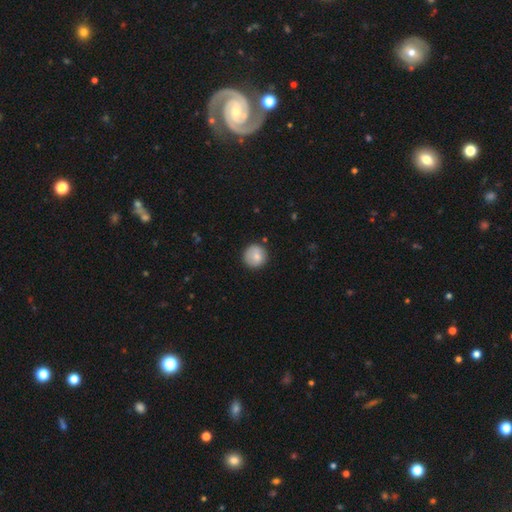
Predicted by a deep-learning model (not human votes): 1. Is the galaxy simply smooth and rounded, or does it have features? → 79% smooth, 14% featured or disk, 7% star or artifact.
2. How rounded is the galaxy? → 93% round, 6% in between, 1% cigar-shaped.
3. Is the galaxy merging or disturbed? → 82% none, 13% minor disturbance, 3% major disturbance, 2% merger.